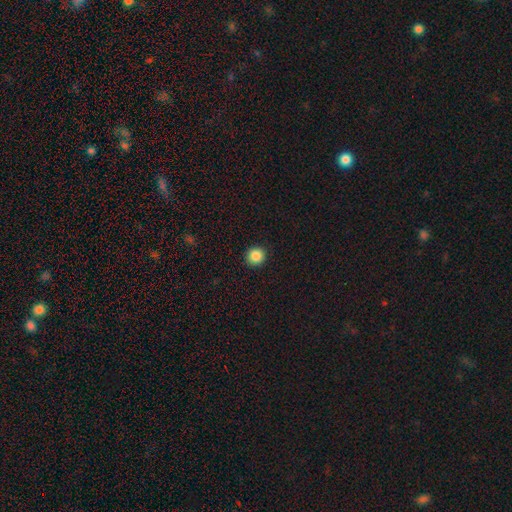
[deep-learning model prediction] Overall: smooth (87%). How rounded: round (94%). Merging: none (93%).